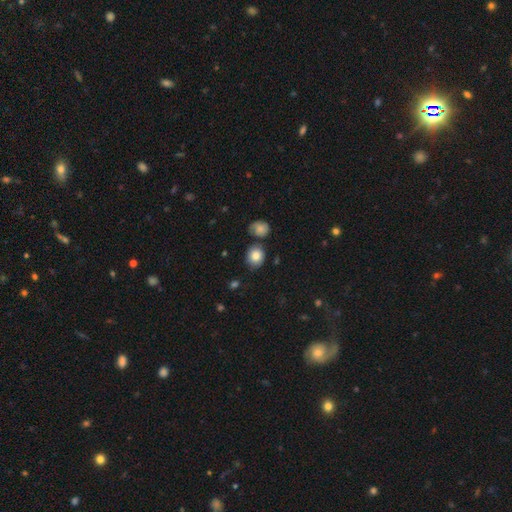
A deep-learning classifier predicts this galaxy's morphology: Smooth or featured? smooth (83%)
How rounded? round (76%)
Merging? none (73%)